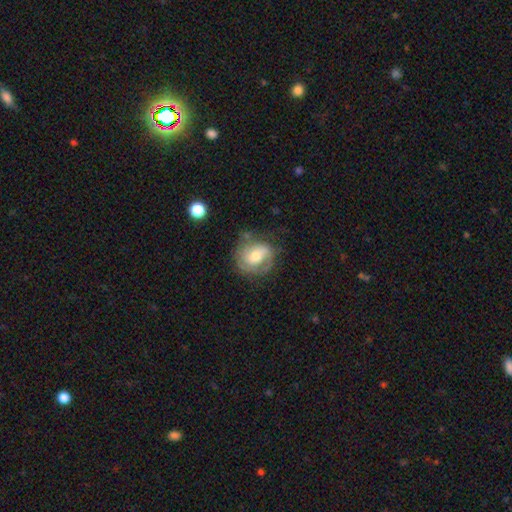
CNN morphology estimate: type=featured or disk (60%); edge-on=no (97%); bar=no (54%); spiral arms=yes (77%); bulge=moderate (66%); merging=none (55%).